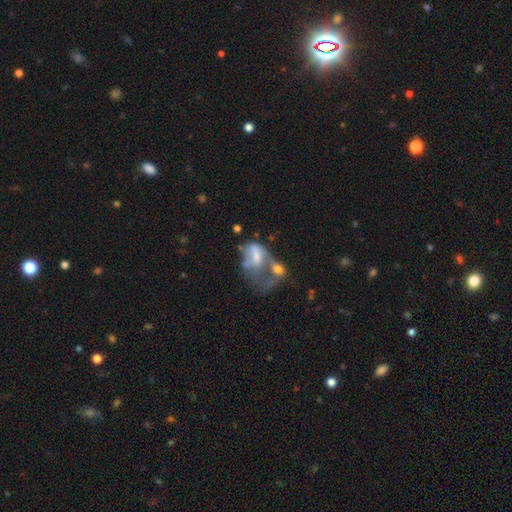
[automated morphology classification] Smooth or featured? Predicted: smooth (p=0.46). Merging? Predicted: merger (p=0.45).